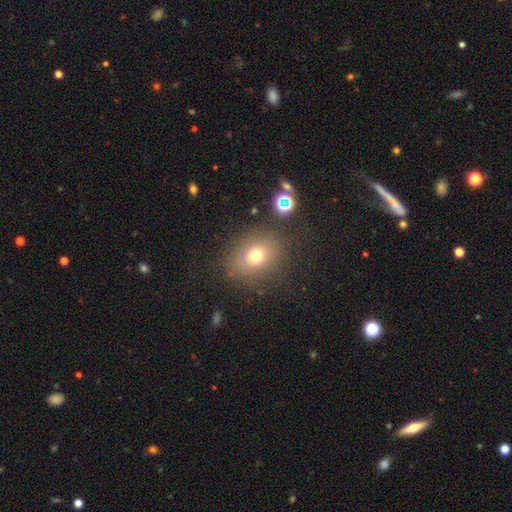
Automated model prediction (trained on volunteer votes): Morphology: type=smooth (70%); roundness=round (58%); merging=none (79%).